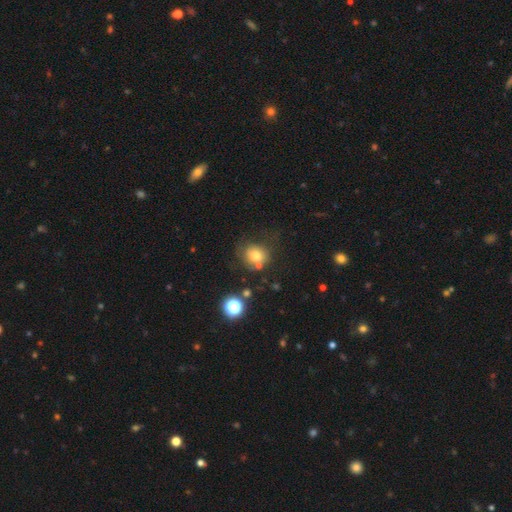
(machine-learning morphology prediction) A smooth galaxy with no disk features (74%) that is round (77%).

Vote fractions:
- Smooth or featured? smooth: 74% / star or artifact: 14% / featured or disk: 12%
- How rounded? round: 77% / in between: 22% / cigar-shaped: 1%
- Merging? none: 61% / minor disturbance: 19% / merger: 10% / major disturbance: 10%